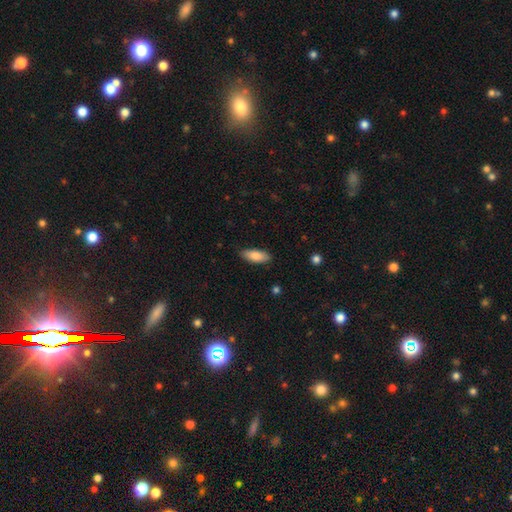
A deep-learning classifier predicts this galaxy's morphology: type=smooth (83%); roundness=in between (76%); merging=none (84%).